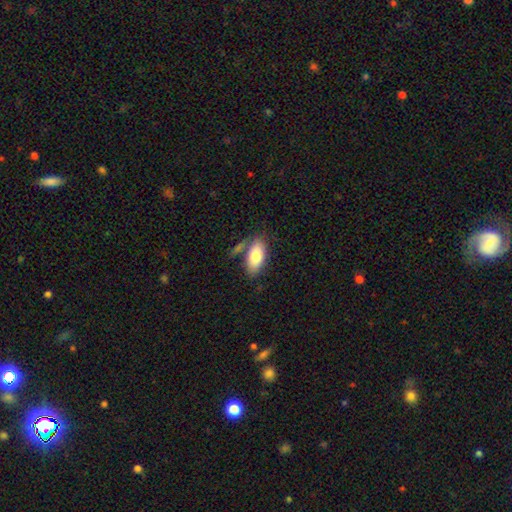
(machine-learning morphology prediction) smooth 79%, featured or disk 15%, star or artifact 6%. Down the decision tree: how rounded — in between (89%); merging — none (64%).